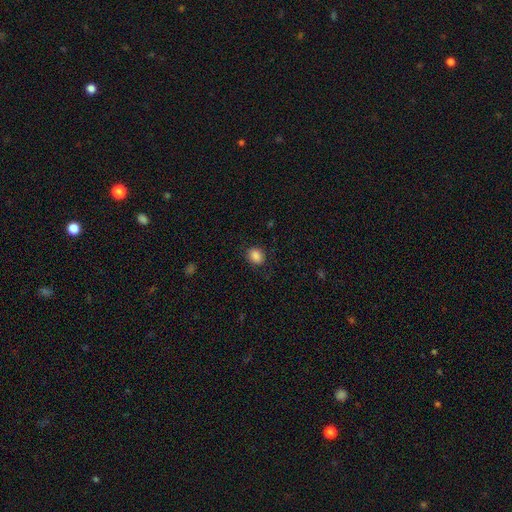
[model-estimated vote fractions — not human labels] The model was most divided on "how rounded": round: 59%, in between: 40%, cigar-shaped: 1%. More confident: smooth or featured — smooth (86%); merging — none (85%).